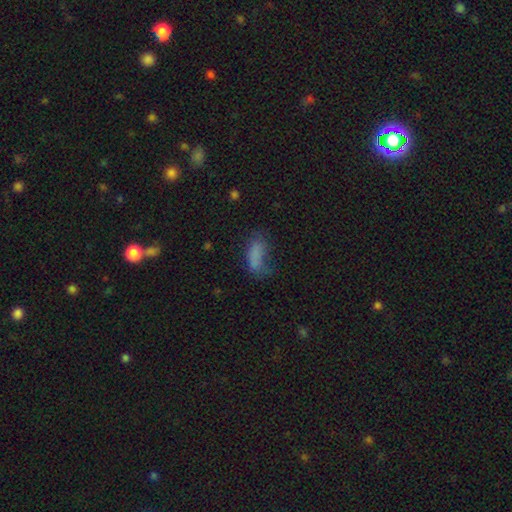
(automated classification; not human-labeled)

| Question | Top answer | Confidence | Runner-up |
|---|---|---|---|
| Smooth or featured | smooth | 72% | featured or disk (14%) |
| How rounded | in between | 82% | cigar-shaped (14%) |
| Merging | none | 36% | major disturbance (31%) |